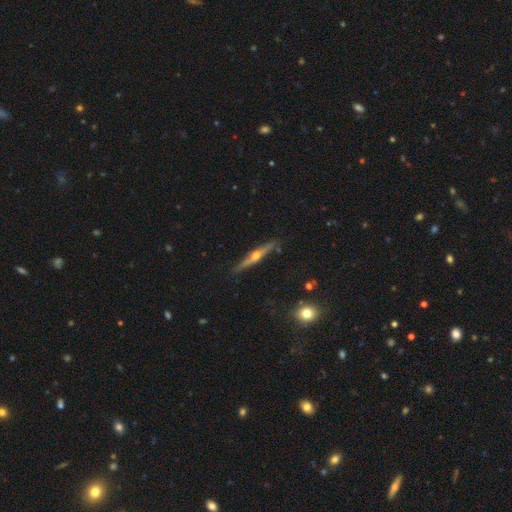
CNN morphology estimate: This appears to be a featured or disk galaxy (77%) viewed edge-on (98%) with a rounded central bulge (93%). Merging: none (88%).